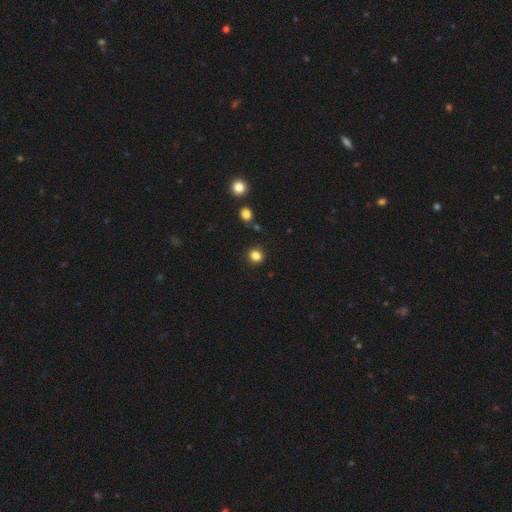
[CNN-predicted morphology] Overall: smooth (83%). How rounded: round (86%). Merging: none (88%).